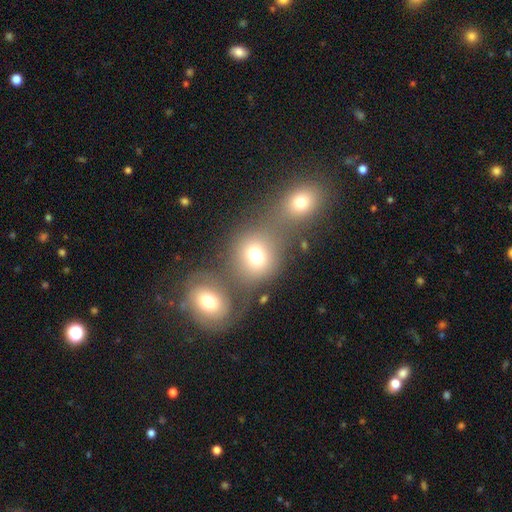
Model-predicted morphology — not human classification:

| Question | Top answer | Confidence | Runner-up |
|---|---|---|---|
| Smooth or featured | smooth | 74% | featured or disk (13%) |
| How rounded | round | 75% | in between (24%) |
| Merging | none | 42% | tied: merger (42%) |